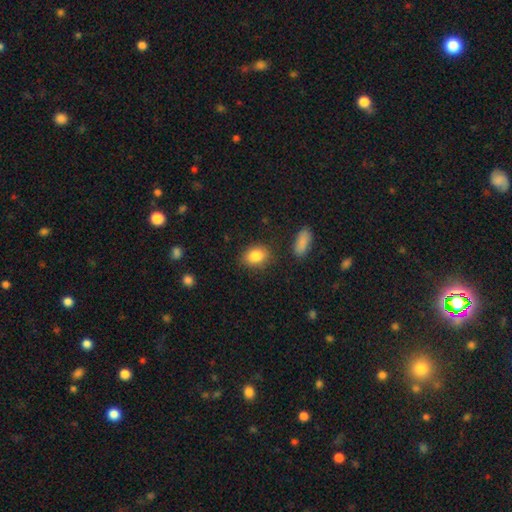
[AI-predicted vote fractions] Q: Smooth or featured?
A: smooth (85%); runner-up: star or artifact (8%)
Q: How rounded?
A: in between (67%); runner-up: round (31%)
Q: Merging?
A: none (82%); runner-up: minor disturbance (12%)